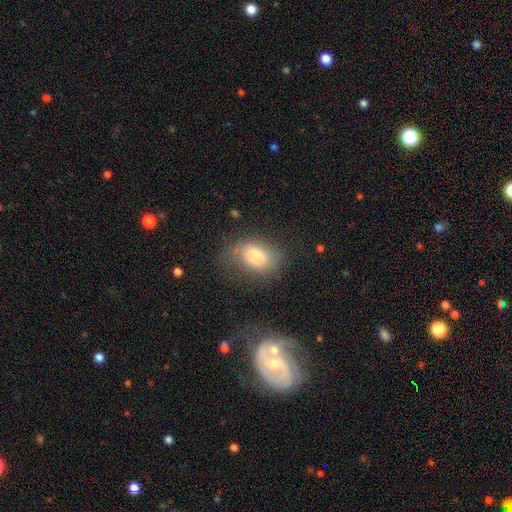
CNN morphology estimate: The model was most divided on "merging": none: 51%, minor disturbance: 27%, major disturbance: 18%, merger: 3%. More confident: how rounded — in between (85%); smooth or featured — smooth (77%).